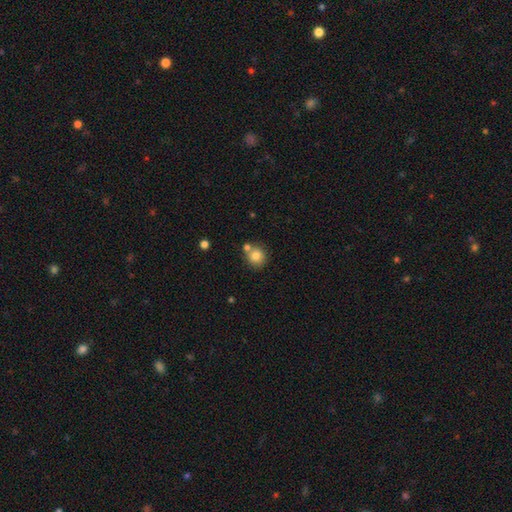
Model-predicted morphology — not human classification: Q: Smooth or featured?
A: smooth (82%); runner-up: star or artifact (10%)
Q: How rounded?
A: round (88%); runner-up: in between (11%)
Q: Merging?
A: none (63%); runner-up: merger (24%)